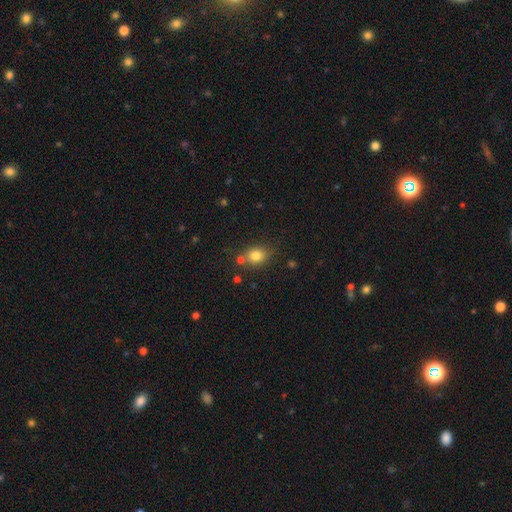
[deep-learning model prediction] Smooth or featured? Predicted: smooth (p=0.80). How rounded? Predicted: round (p=0.54). Merging? Predicted: none (p=0.66).